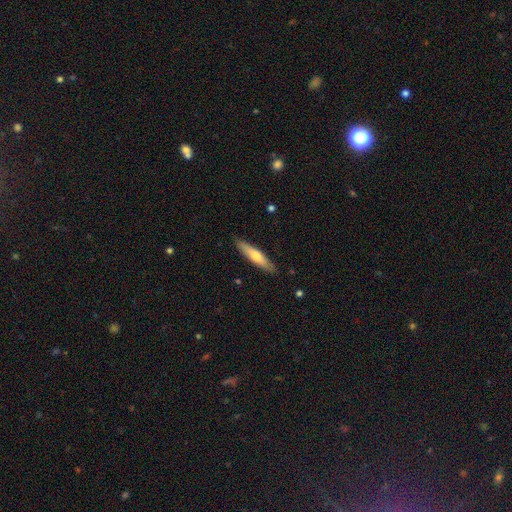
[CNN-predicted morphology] The model was most divided on "smooth or featured": smooth: 61%, featured or disk: 34%, star or artifact: 5%. More confident: merging — none (88%); how rounded — cigar-shaped (83%).